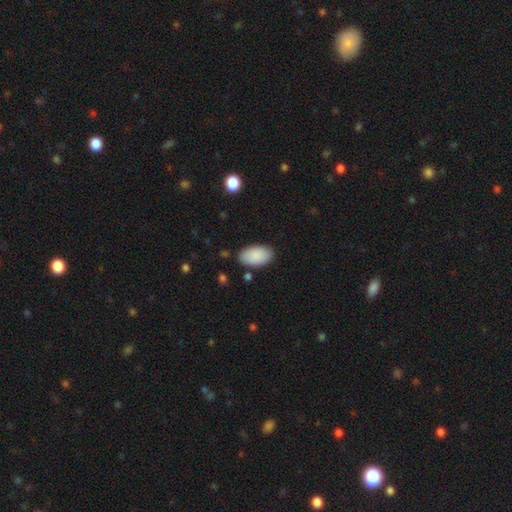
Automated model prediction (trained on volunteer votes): Smooth or featured? smooth (90%)
How rounded? in between (96%)
Merging? none (86%)